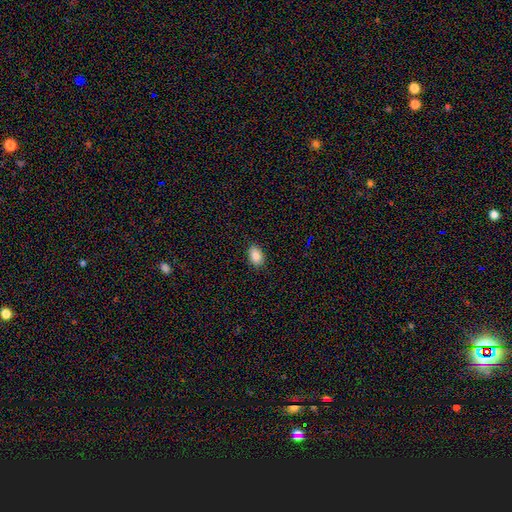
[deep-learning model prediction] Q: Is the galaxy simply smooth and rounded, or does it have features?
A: smooth — 88%.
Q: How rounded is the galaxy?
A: in between — 87%.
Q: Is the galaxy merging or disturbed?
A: none — 88%.